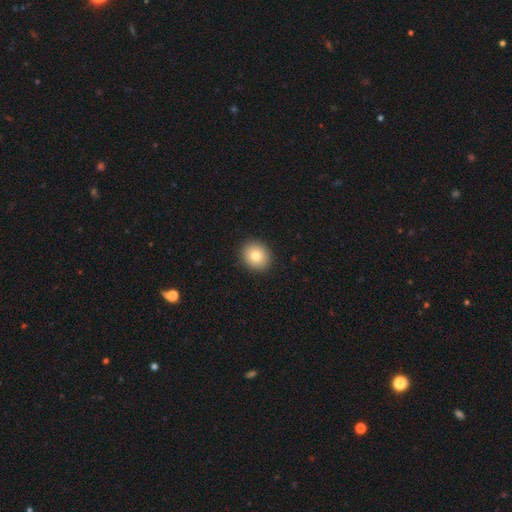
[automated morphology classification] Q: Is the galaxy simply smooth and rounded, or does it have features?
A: smooth — 80%.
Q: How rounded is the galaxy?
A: round — 76%.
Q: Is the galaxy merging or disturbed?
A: none — 91%.